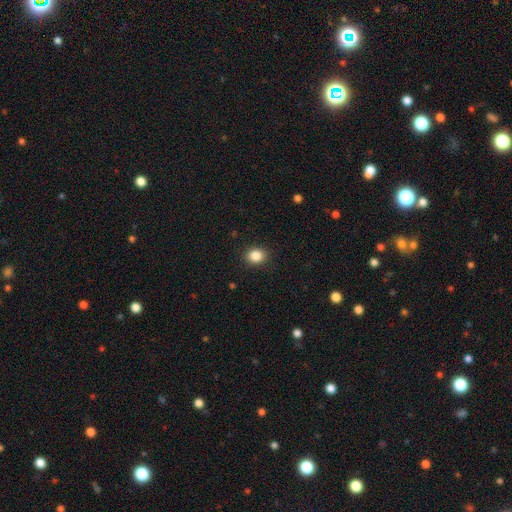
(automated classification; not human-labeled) A smooth galaxy with no disk features (85%) that is round (62%).

Vote fractions:
- Smooth or featured? smooth: 85% / star or artifact: 10% / featured or disk: 5%
- How rounded? round: 62% / in between: 37% / cigar-shaped: 1%
- Merging? none: 90% / minor disturbance: 7% / major disturbance: 2% / merger: 1%